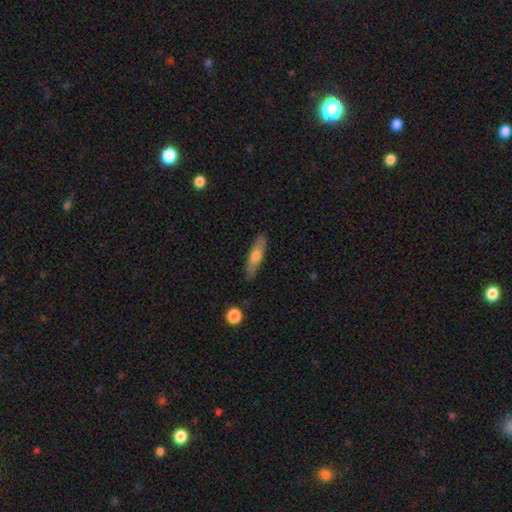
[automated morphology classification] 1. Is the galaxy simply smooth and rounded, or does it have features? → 61% smooth, 32% featured or disk, 6% star or artifact.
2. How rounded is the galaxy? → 64% cigar-shaped, 34% in between, 2% round.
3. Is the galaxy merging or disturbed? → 82% none, 13% minor disturbance, 3% major disturbance, 2% merger.